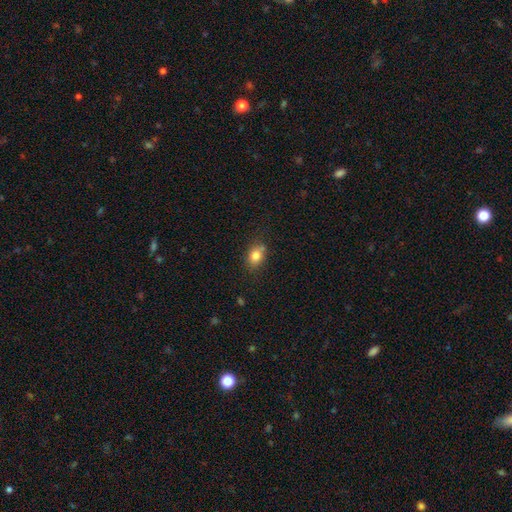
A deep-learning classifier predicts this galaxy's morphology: Overall: smooth (81%). How rounded: in between (55%; round 44%). Merging: none (70%).